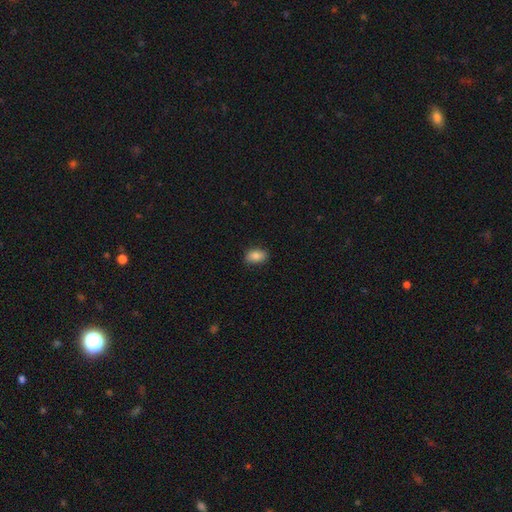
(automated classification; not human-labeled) The model was most divided on "merging": none: 83%, minor disturbance: 14%, major disturbance: 2%, merger: 1%. More confident: how rounded — in between (87%); smooth or featured — smooth (86%).